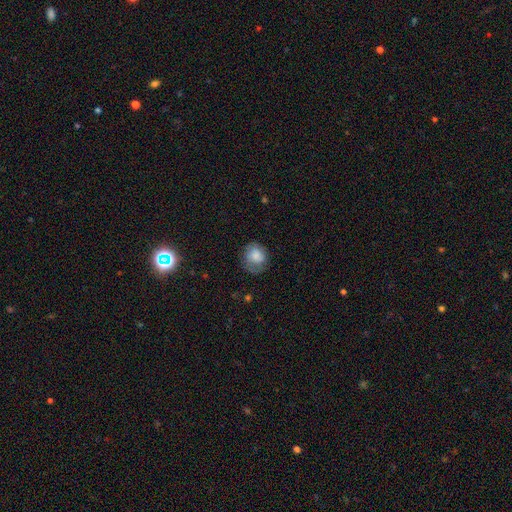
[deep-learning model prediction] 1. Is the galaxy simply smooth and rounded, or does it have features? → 68% smooth, 24% featured or disk, 8% star or artifact.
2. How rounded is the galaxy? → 67% round, 32% in between, 1% cigar-shaped.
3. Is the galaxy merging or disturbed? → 60% none, 25% minor disturbance, 13% major disturbance, 1% merger.